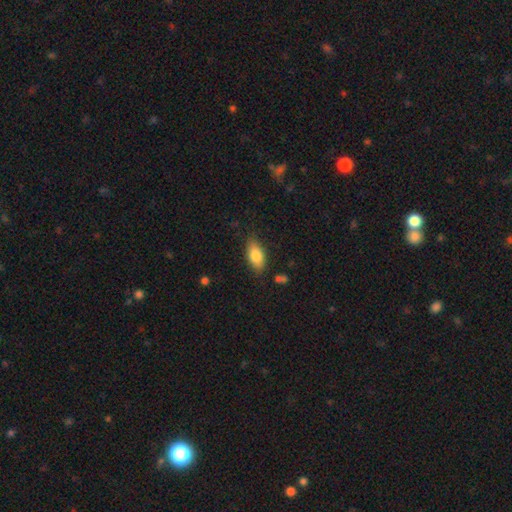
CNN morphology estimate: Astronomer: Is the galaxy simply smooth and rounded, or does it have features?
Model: smooth — 81%.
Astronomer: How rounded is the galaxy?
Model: in between — 88%.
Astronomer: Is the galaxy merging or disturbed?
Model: none — 82%.